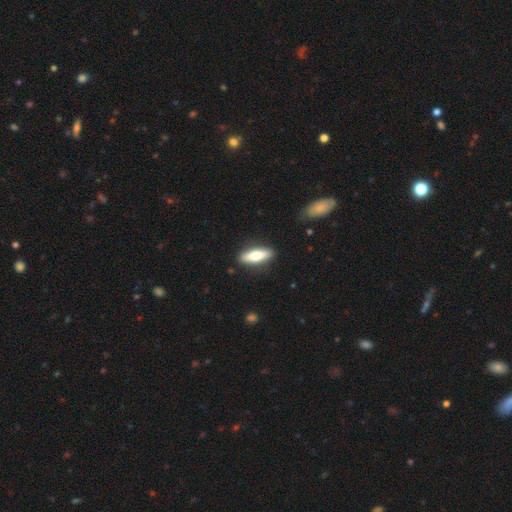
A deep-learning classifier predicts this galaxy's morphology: A smooth galaxy with no disk features (62%) that is cigar-shaped (53%). Merging: none (87%).